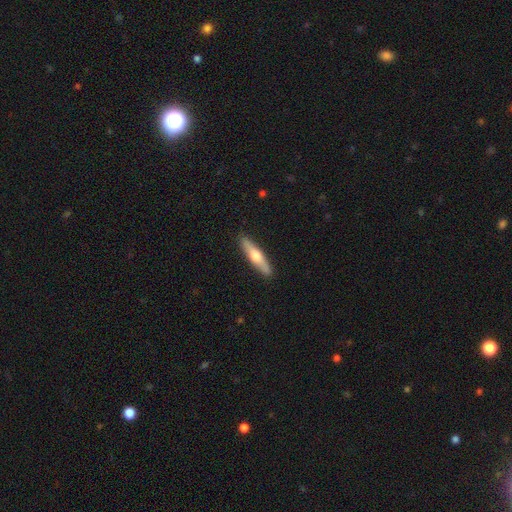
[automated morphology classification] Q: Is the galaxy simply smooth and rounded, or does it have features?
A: smooth — 49%.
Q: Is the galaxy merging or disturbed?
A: none — 90%.